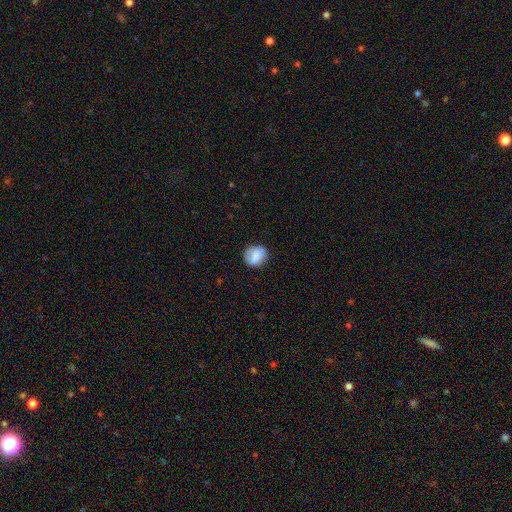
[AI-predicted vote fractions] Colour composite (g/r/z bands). It shows a smooth galaxy with no disk features (77%) that is round (72%). Merging: none (80%).